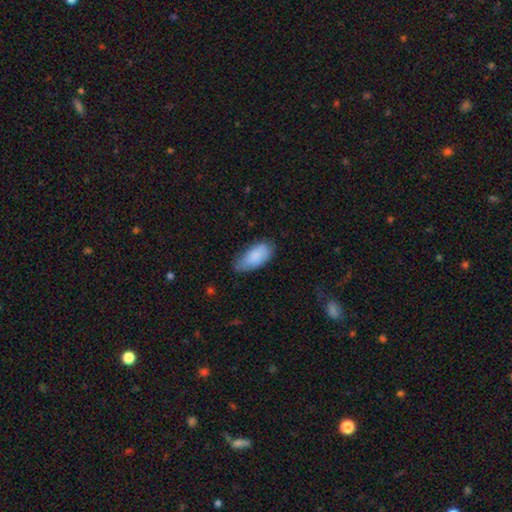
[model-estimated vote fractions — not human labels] Smooth or featured? Predicted: smooth (p=0.86). How rounded? Predicted: in between (p=0.91). Merging? Predicted: none (p=0.61).